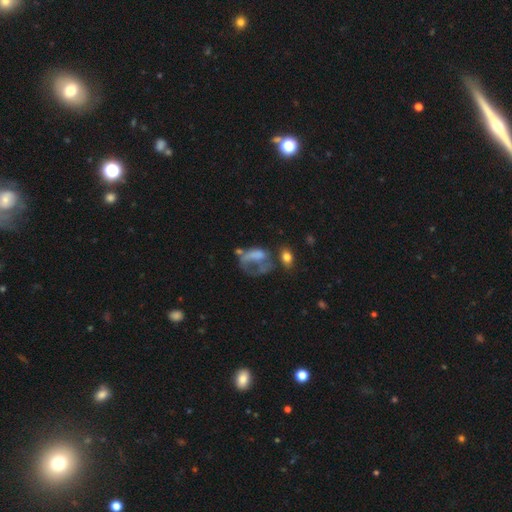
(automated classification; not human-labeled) Smooth or featured? Predicted: smooth (p=0.44). Merging? Predicted: major disturbance (p=0.50).